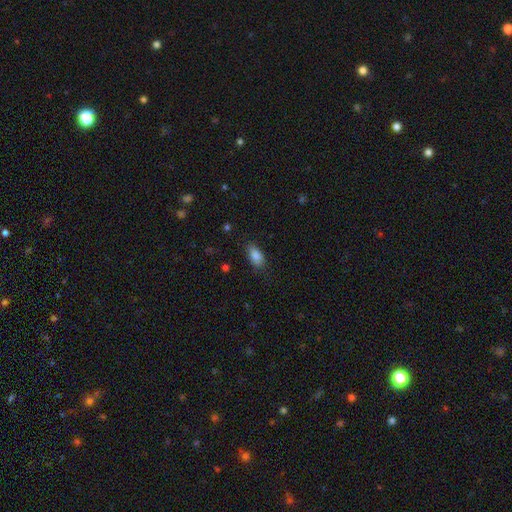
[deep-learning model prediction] Q: Smooth or featured?
A: smooth (85%); runner-up: star or artifact (8%)
Q: How rounded?
A: in between (89%); runner-up: cigar-shaped (6%)
Q: Merging?
A: none (79%); runner-up: minor disturbance (16%)